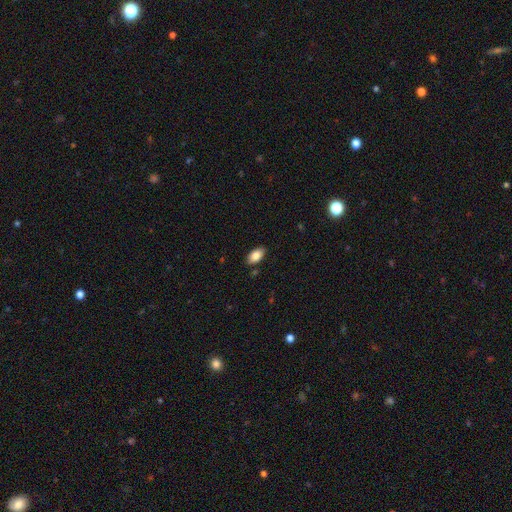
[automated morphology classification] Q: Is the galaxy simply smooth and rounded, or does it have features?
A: smooth — 85%.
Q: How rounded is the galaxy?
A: in between — 93%.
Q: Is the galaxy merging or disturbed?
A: none — 86%.